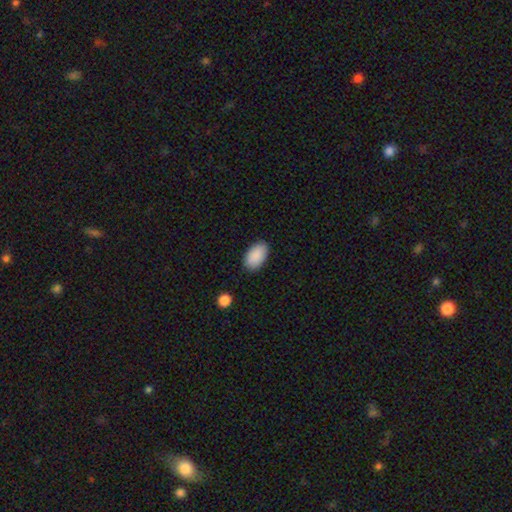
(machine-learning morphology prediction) Smooth or featured? Predicted: smooth (p=0.90). How rounded? Predicted: in between (p=0.95). Merging? Predicted: none (p=0.86).